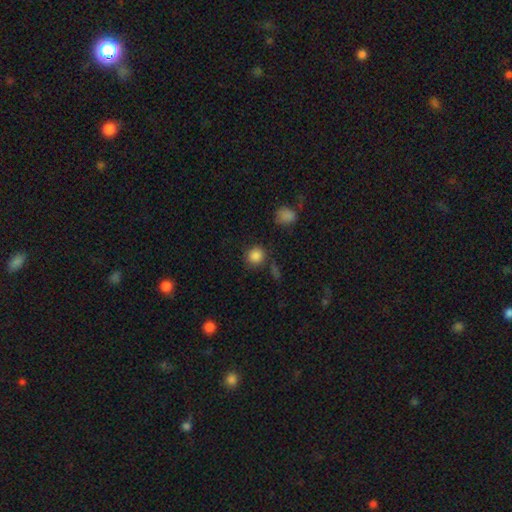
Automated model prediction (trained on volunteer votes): Q: Smooth or featured?
A: smooth (85%); runner-up: star or artifact (11%)
Q: How rounded?
A: round (87%); runner-up: in between (12%)
Q: Merging?
A: none (79%); runner-up: minor disturbance (11%)